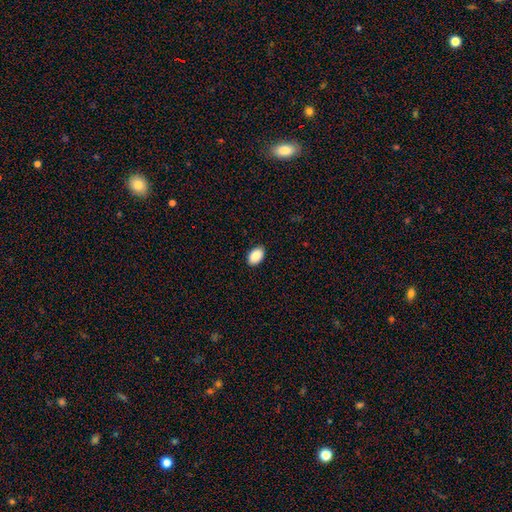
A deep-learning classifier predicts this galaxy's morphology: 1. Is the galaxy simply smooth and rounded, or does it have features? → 90% smooth, 7% star or artifact, 3% featured or disk.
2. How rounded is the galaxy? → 90% in between, 9% round, 1% cigar-shaped.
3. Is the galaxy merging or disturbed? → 89% none, 8% minor disturbance, 2% major disturbance, 1% merger.